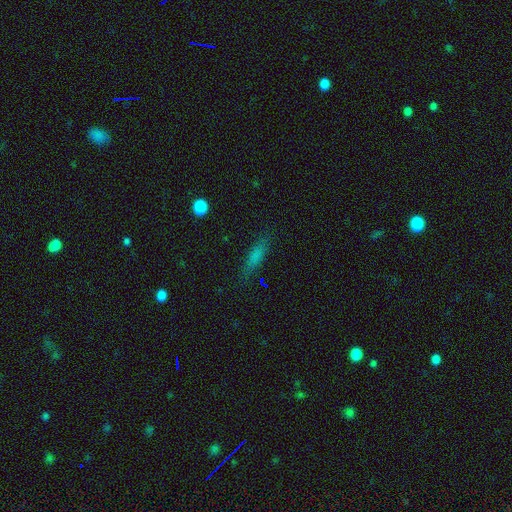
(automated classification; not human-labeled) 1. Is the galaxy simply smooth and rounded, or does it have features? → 69% smooth, 20% featured or disk, 11% star or artifact.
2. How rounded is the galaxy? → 74% cigar-shaped, 23% in between, 3% round.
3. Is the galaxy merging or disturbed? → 82% none, 13% minor disturbance, 4% major disturbance, 1% merger.